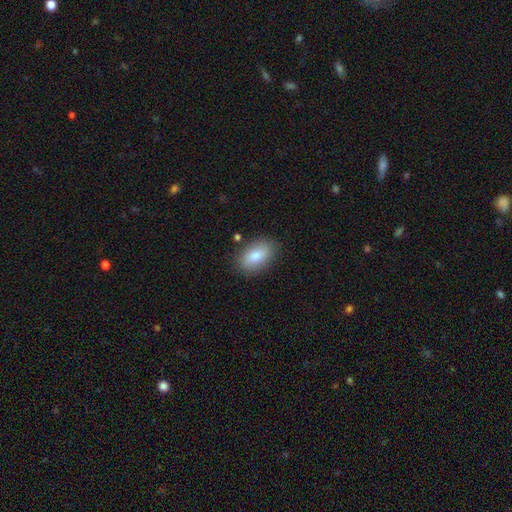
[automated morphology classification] Smooth or featured? smooth (79%)
How rounded? in between (89%)
Merging? none (86%)